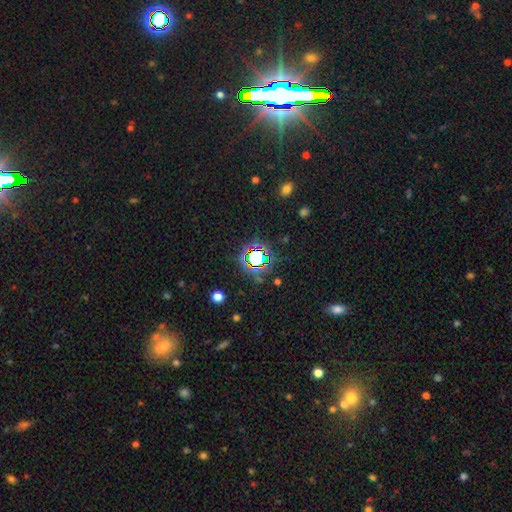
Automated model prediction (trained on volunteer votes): Smooth or featured?
  - star or artifact: 68% *
  - smooth: 21%
  - featured or disk: 11%